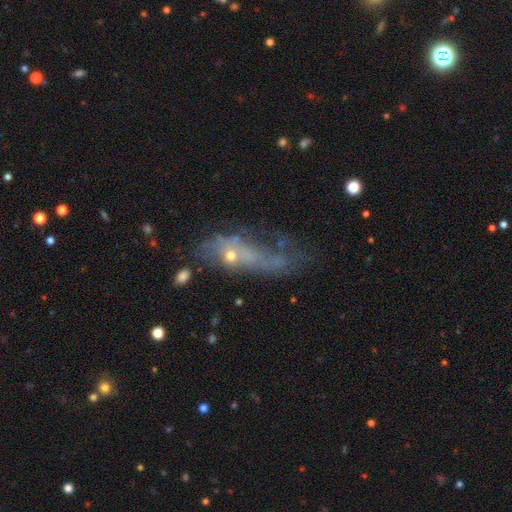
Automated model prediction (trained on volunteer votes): The model was most divided on "merging": major disturbance: 38%, none: 29%, minor disturbance: 21%, merger: 12%. Remaining: smooth or featured — featured or disk (48%).